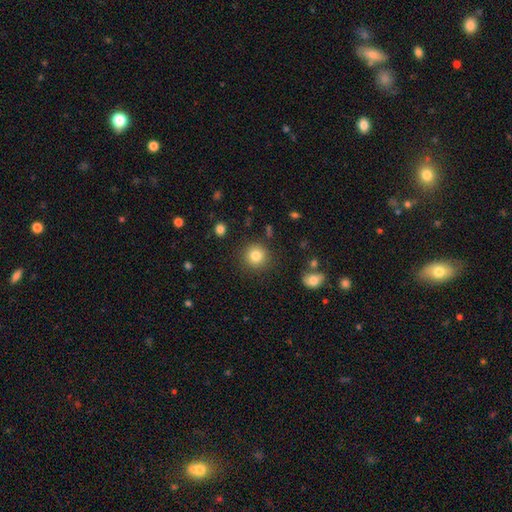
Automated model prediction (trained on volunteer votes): smooth_or_featured: smooth (p=0.82) [alt: star or artifact p=0.11]
how_rounded: round (p=0.93) [alt: in between p=0.06]
merging: none (p=0.88) [alt: minor disturbance p=0.07]